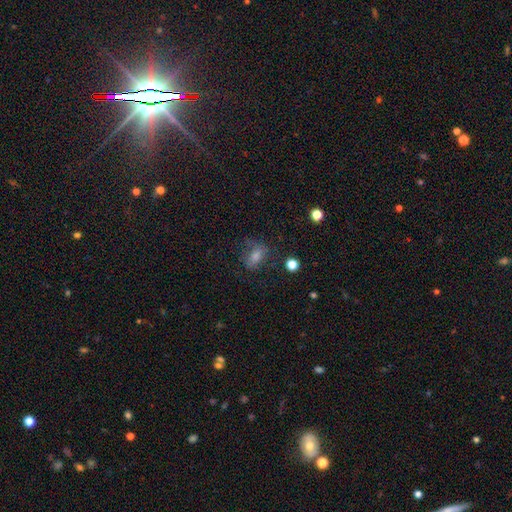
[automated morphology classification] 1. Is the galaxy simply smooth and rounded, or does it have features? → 51% smooth, 26% featured or disk, 23% star or artifact.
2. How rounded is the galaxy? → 70% in between, 26% round, 4% cigar-shaped.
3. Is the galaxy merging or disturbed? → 57% none, 22% minor disturbance, 18% major disturbance, 3% merger.